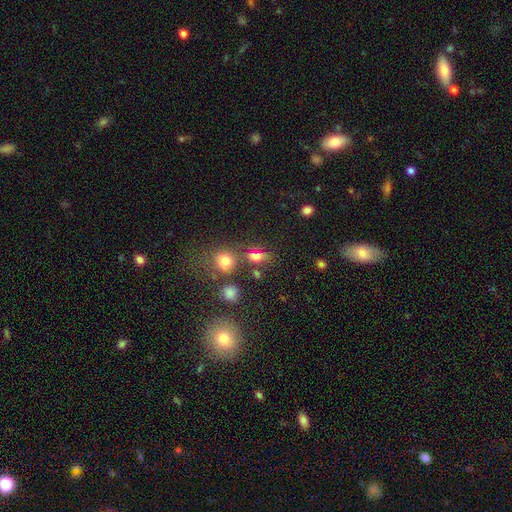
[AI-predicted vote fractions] Smooth or featured? Predicted: smooth (p=0.65). How rounded? Predicted: in between (p=0.57). Merging? Predicted: none (p=0.61).